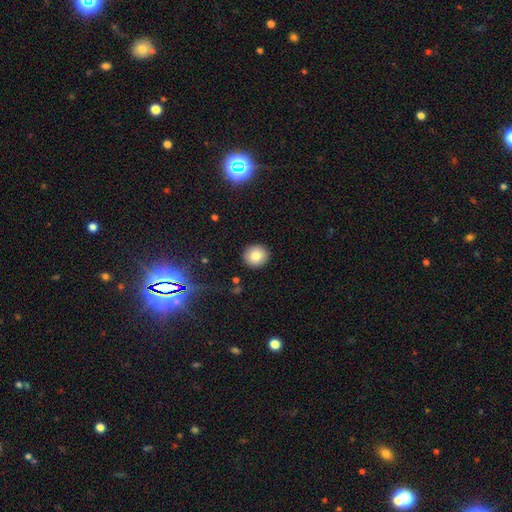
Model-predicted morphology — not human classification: A smooth galaxy with no disk features (82%) that is round (91%).

Vote fractions:
- Smooth or featured? smooth: 82% / star or artifact: 10% / featured or disk: 8%
- How rounded? round: 91% / in between: 8% / cigar-shaped: 1%
- Merging? none: 91% / minor disturbance: 6% / major disturbance: 2% / merger: 1%